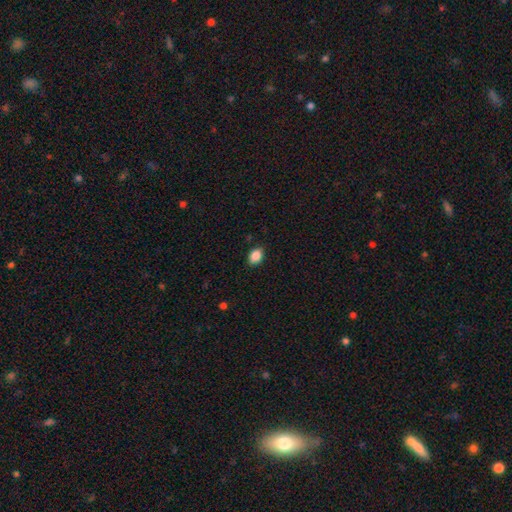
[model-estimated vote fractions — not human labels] Morphology: type=smooth (87%); roundness=in between (72%); merging=none (86%).